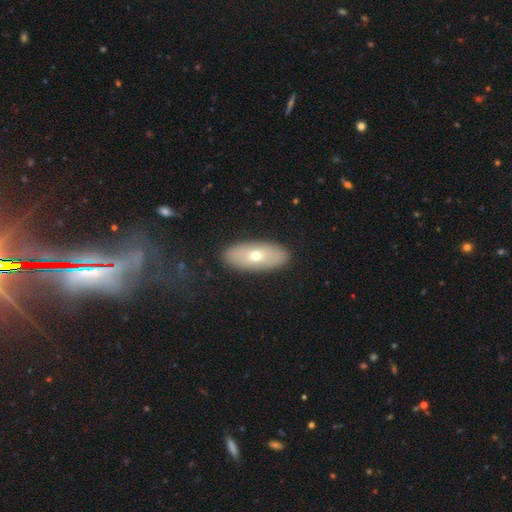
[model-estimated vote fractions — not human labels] A smooth galaxy with no disk features (59%) that is in between round and cigar-shaped (82%).

Vote fractions:
- Smooth or featured? smooth: 59% / featured or disk: 34% / star or artifact: 7%
- How rounded? in between: 82% / cigar-shaped: 14% / round: 4%
- Merging? none: 88% / minor disturbance: 8% / major disturbance: 2% / merger: 1%